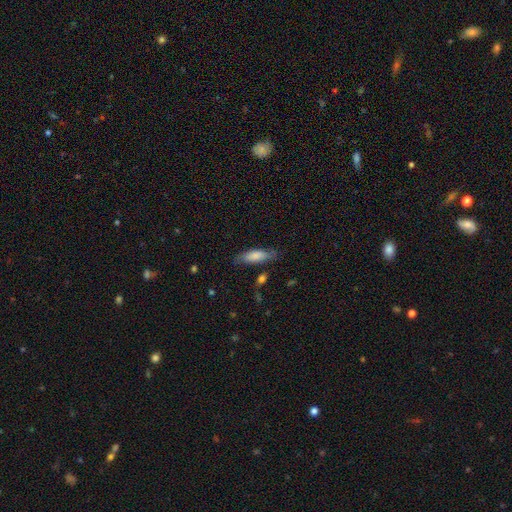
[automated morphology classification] Smooth or featured? smooth (75%)
How rounded? in between (59%)
Merging? none (68%)